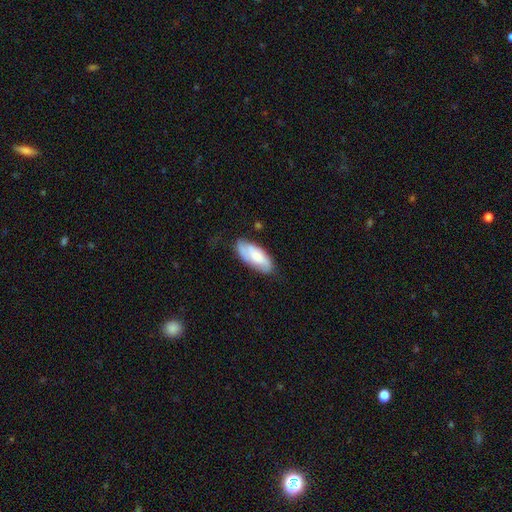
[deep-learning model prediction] The model was most divided on "smooth or featured": smooth: 57%, featured or disk: 36%, star or artifact: 6%. More confident: how rounded — in between (83%); merging — none (61%).